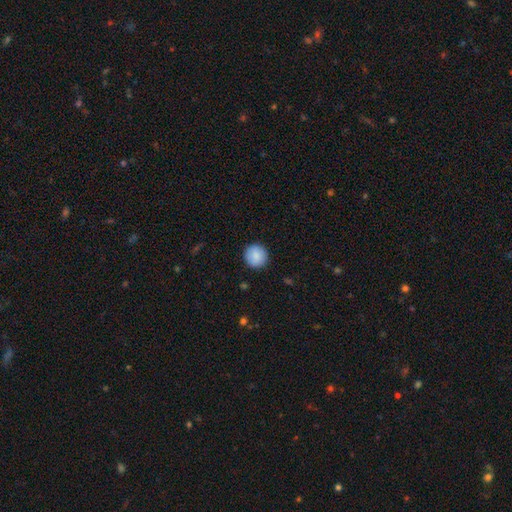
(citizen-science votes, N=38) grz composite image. It shows a smooth galaxy with no disk features (89%) that is round (94%). Merging: none (78%).